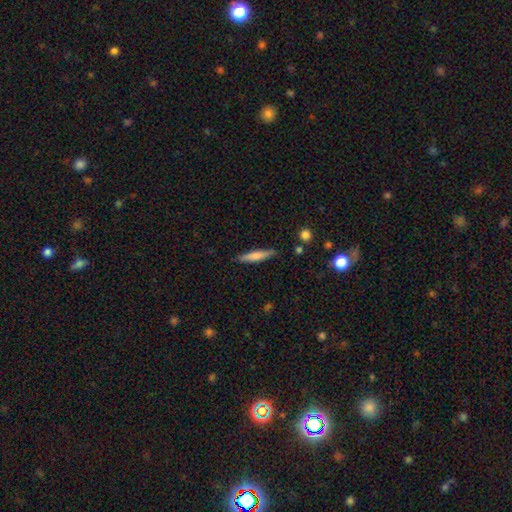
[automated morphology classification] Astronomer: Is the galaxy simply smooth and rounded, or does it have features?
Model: smooth — 62%.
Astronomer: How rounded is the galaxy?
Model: cigar-shaped — 89%.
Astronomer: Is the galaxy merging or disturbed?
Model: none — 87%.